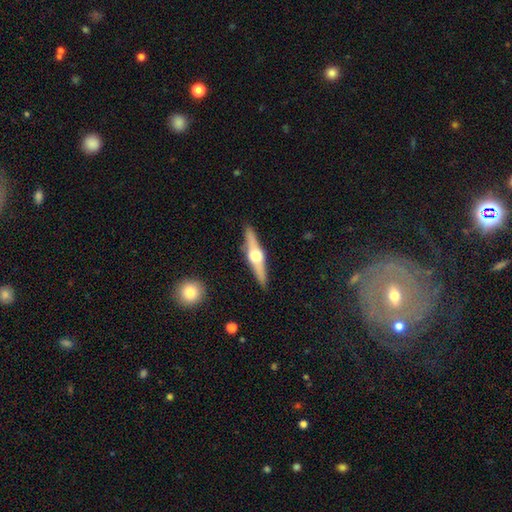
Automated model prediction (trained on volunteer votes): This is likely a featured or disk galaxy (77%). It is clearly viewed edge-on (97%). Edge-on bulge: clearly rounded (95%). Merging: clearly none (89%).